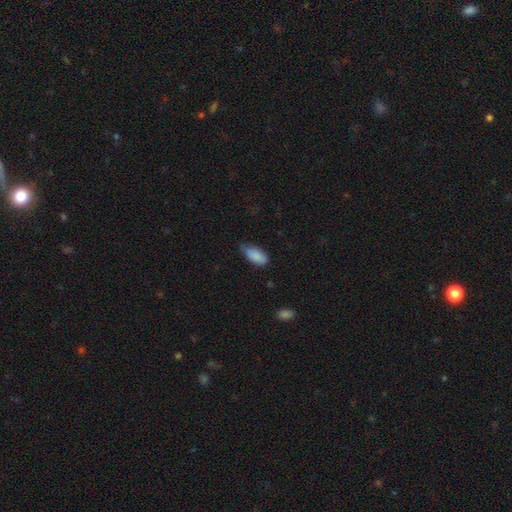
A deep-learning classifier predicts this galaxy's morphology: This appears to be a smooth galaxy with no disk features (88%) that is in between round and cigar-shaped (93%). Merging: none (54%).